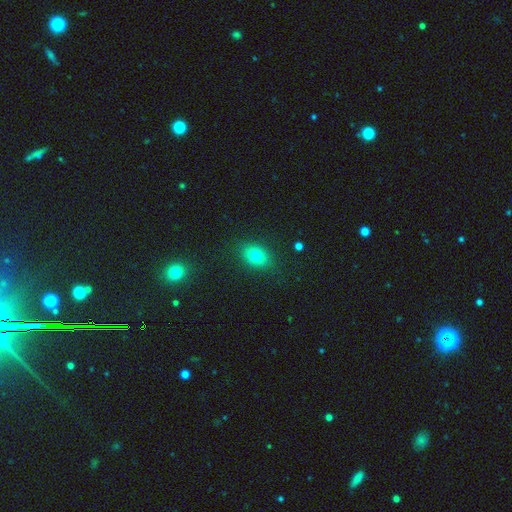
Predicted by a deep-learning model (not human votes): Smooth or featured: smooth — 78% (star or artifact — 13%)
How rounded: in between — 71% (round — 27%)
Merging: none — 84% (minor disturbance — 11%)